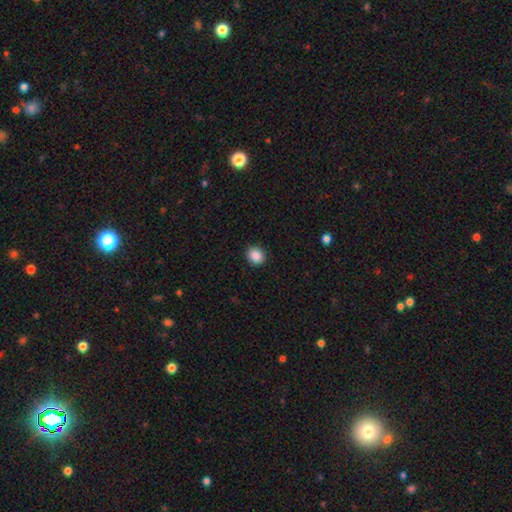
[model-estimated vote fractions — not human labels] A smooth galaxy with no disk features (88%) that is round (78%). Merging: none (92%).